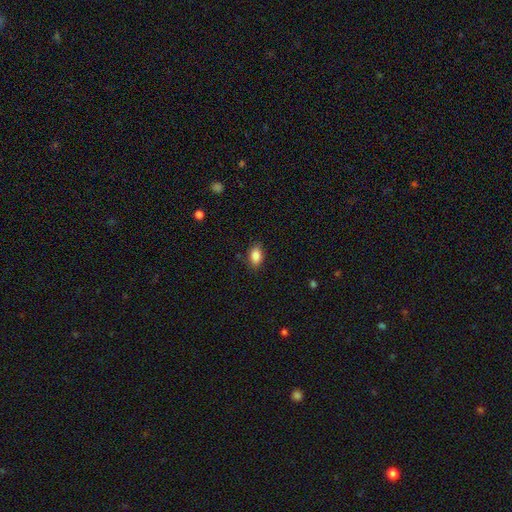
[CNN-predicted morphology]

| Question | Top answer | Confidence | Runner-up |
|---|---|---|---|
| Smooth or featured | smooth | 86% | star or artifact (8%) |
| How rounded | in between | 88% | round (10%) |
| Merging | none | 85% | minor disturbance (12%) |